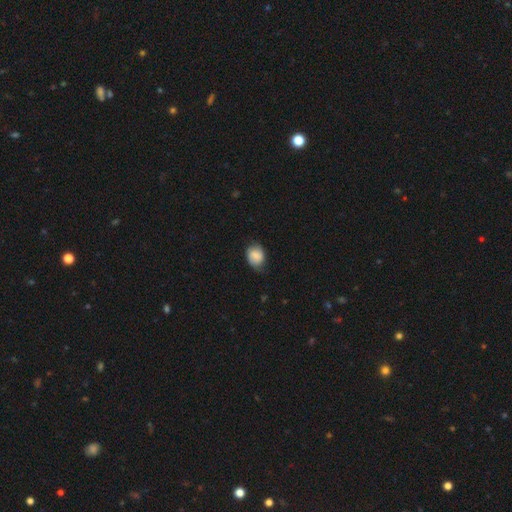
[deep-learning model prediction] Smooth or featured? Predicted: smooth (p=0.81). How rounded? Predicted: in between (p=0.58). Merging? Predicted: none (p=0.64).